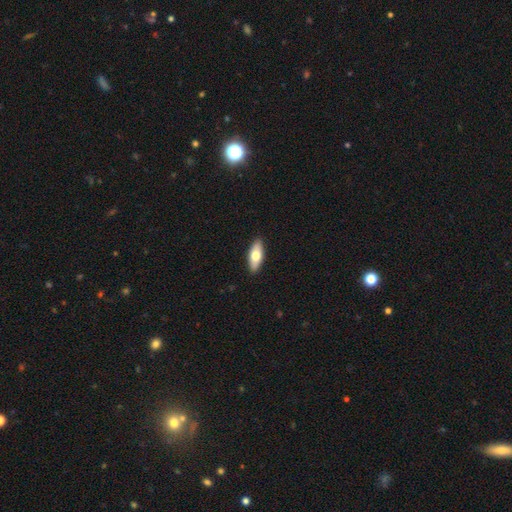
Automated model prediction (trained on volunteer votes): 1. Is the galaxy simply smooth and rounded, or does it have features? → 66% smooth, 28% featured or disk, 6% star or artifact.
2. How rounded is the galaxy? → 76% in between, 21% cigar-shaped, 3% round.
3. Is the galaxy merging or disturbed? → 90% none, 7% minor disturbance, 2% major disturbance, 1% merger.